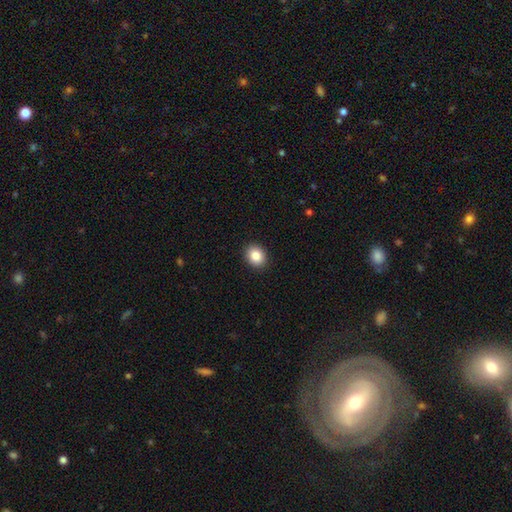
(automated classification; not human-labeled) This appears to be a smooth galaxy with no disk features (86%) that is round (53%). Merging: none (91%).